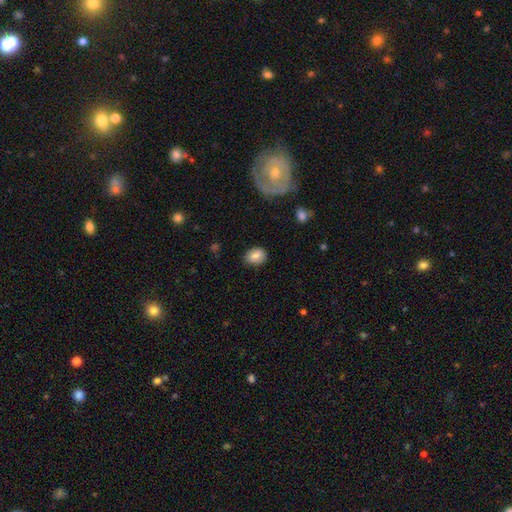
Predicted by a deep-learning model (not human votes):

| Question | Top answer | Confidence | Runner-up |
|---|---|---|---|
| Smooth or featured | smooth | 81% | featured or disk (11%) |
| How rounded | in between | 63% | round (36%) |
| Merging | none | 83% | minor disturbance (13%) |